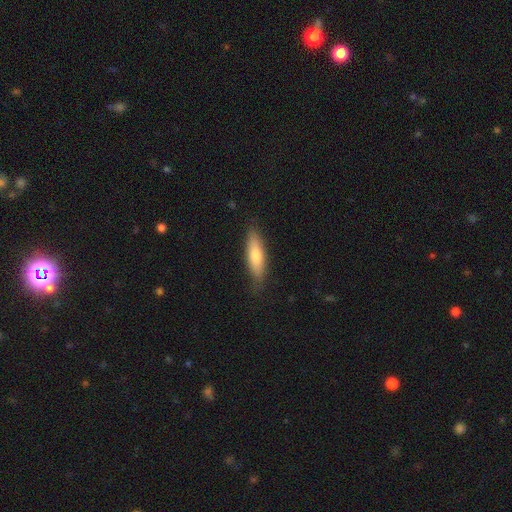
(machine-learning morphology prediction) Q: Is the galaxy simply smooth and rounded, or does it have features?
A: smooth — 70%.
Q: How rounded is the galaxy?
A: cigar-shaped — 60%.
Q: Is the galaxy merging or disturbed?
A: none — 83%.